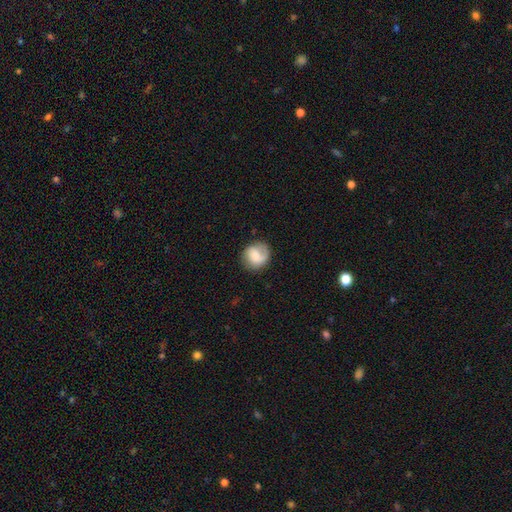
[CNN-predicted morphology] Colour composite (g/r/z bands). It shows a smooth galaxy with no disk features (55%) that is round (81%). Merging: none (73%).